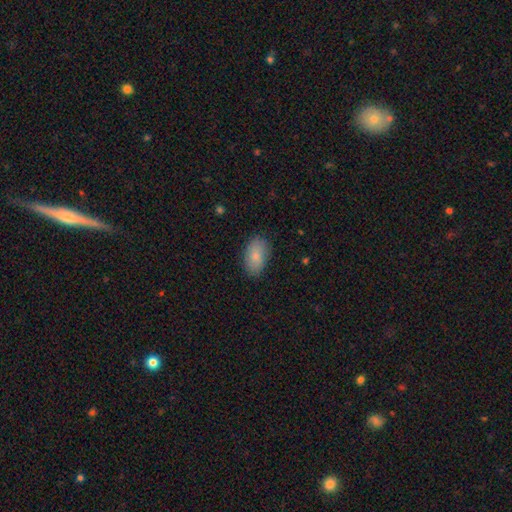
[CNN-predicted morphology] Overall: smooth (85%). How rounded: in between (93%). Merging: none (85%).